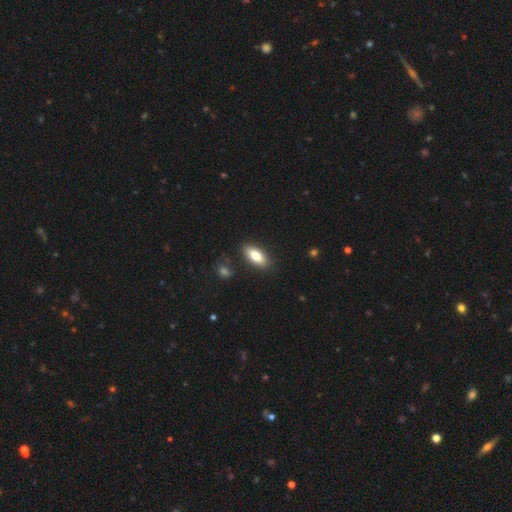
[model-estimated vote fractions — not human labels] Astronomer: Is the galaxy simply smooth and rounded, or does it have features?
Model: smooth — 78%.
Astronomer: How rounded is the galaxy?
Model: in between — 80%.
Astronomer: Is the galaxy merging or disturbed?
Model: none — 85%.